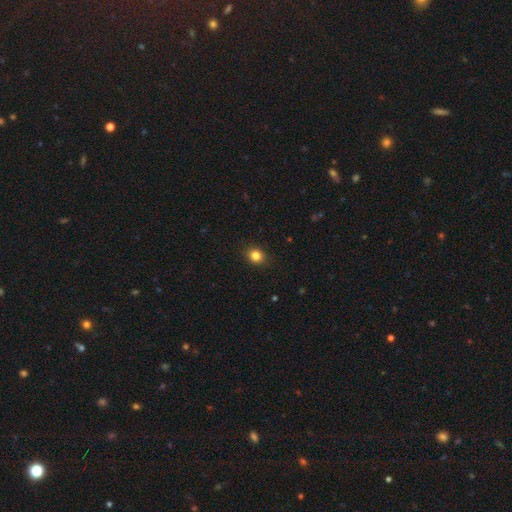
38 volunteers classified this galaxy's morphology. smooth-or-featured: smooth: 89% | star or artifact: 11% | featured or disk: 0%
  how-rounded: round: 76% | in between: 24% | cigar-shaped: 0%
  merging: none: 94% | minor disturbance: 3% | merger: 3% | major disturbance: 0%